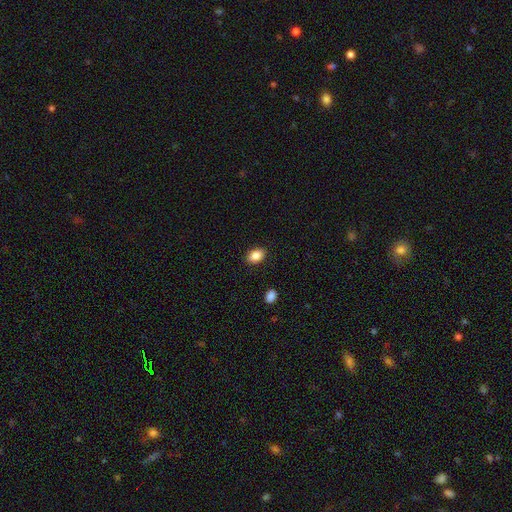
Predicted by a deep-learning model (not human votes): Smooth or featured? Predicted: smooth (p=0.87). How rounded? Predicted: in between (p=0.83). Merging? Predicted: none (p=0.88).